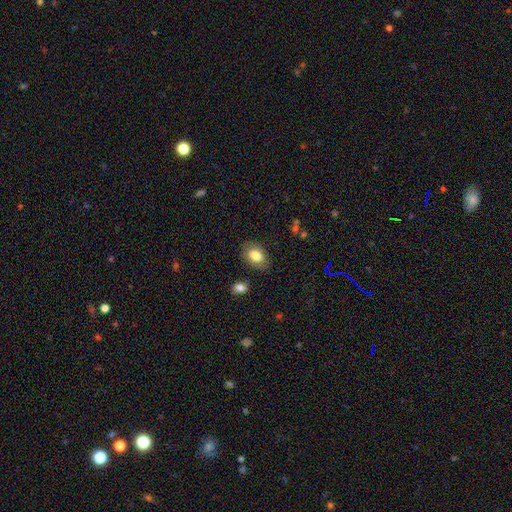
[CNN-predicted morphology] The model was most divided on "merging": none: 81%, minor disturbance: 13%, major disturbance: 3%, merger: 2%. More confident: how rounded — in between (86%); smooth or featured — smooth (81%).